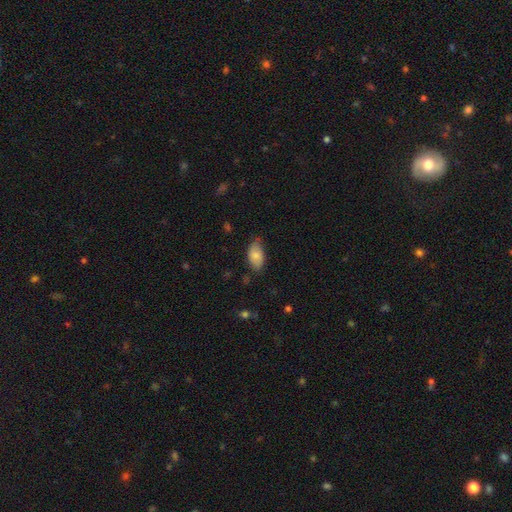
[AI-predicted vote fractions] A smooth galaxy with no disk features (76%) that is in between round and cigar-shaped (93%).

Vote fractions:
- Smooth or featured? smooth: 76% / featured or disk: 17% / star or artifact: 7%
- How rounded? in between: 93% / round: 5% / cigar-shaped: 2%
- Merging? none: 66% / minor disturbance: 27% / major disturbance: 5% / merger: 2%